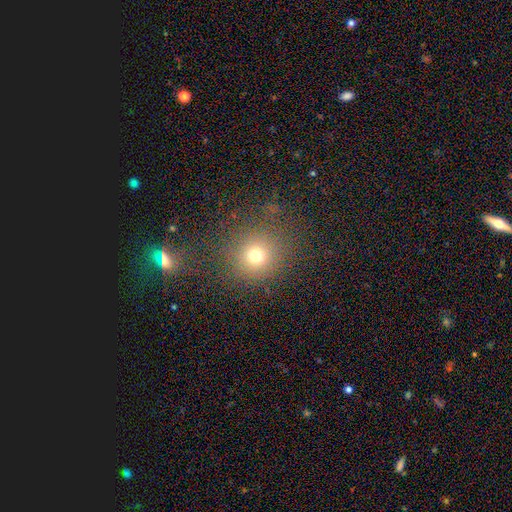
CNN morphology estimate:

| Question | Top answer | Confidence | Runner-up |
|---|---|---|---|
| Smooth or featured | smooth | 58% | star or artifact (35%) |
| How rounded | round | 89% | in between (10%) |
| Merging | none | 79% | merger (9%) |